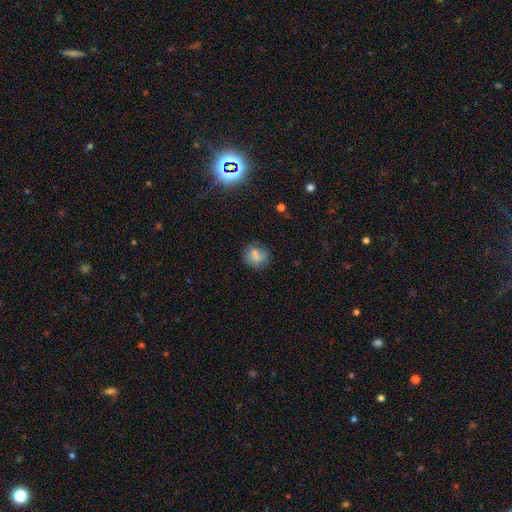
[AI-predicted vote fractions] Overall: smooth (71%). How rounded: round (75%). Merging: none (66%).